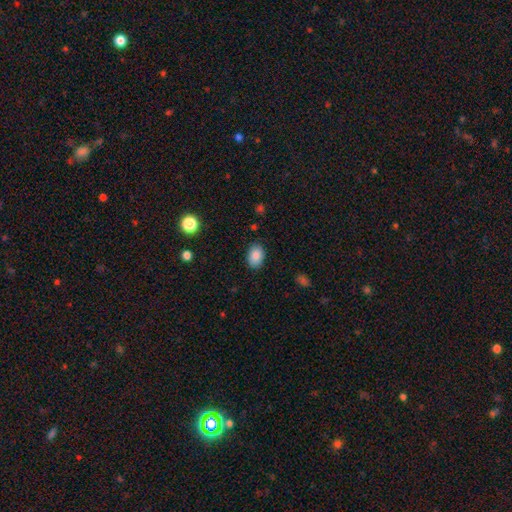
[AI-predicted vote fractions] The model was most divided on "how rounded": in between: 82%, round: 17%, cigar-shaped: 1%. More confident: smooth or featured — smooth (86%); merging — none (86%).